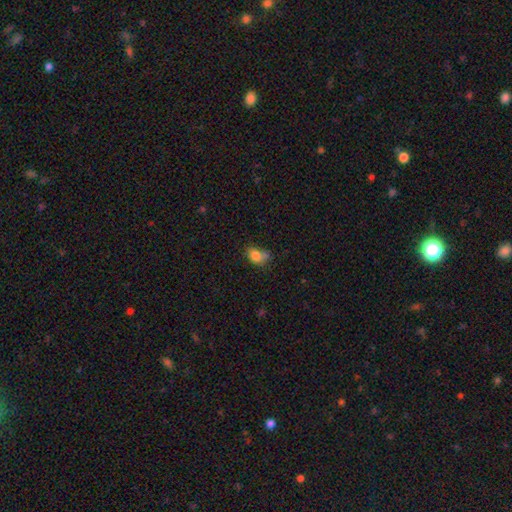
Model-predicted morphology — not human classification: This is likely a smooth galaxy (78%). How rounded: likely in between (65%). Merging: marginally none (37%).